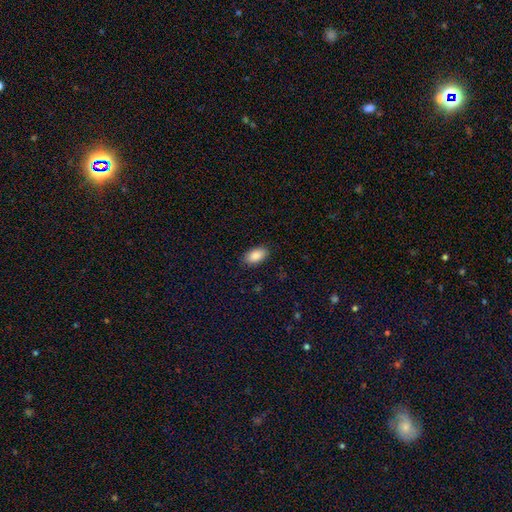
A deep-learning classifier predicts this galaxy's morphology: smooth-or-featured: smooth: 88% | star or artifact: 7% | featured or disk: 5%
  how-rounded: in between: 93% | cigar-shaped: 4% | round: 3%
  merging: none: 88% | minor disturbance: 9% | major disturbance: 2% | merger: 1%